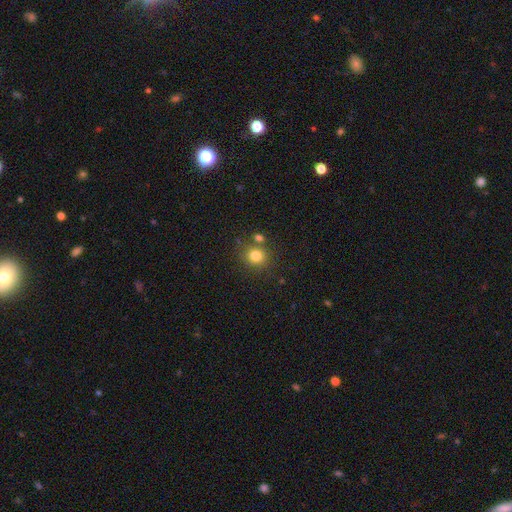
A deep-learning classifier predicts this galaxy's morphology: Q: Smooth or featured?
A: smooth (81%); runner-up: star or artifact (12%)
Q: How rounded?
A: round (84%); runner-up: in between (15%)
Q: Merging?
A: none (74%); runner-up: merger (13%)